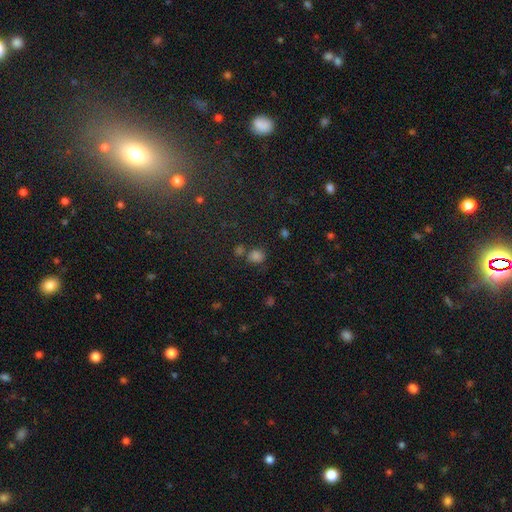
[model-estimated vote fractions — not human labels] Smooth or featured?
  - smooth: 74% *
  - star or artifact: 21%
  - featured or disk: 5%
How rounded?
  - round: 76% *
  - in between: 23%
  - cigar-shaped: 1%
Merging?
  - none: 67% *
  - merger: 16%
  - minor disturbance: 12%
  - major disturbance: 5%